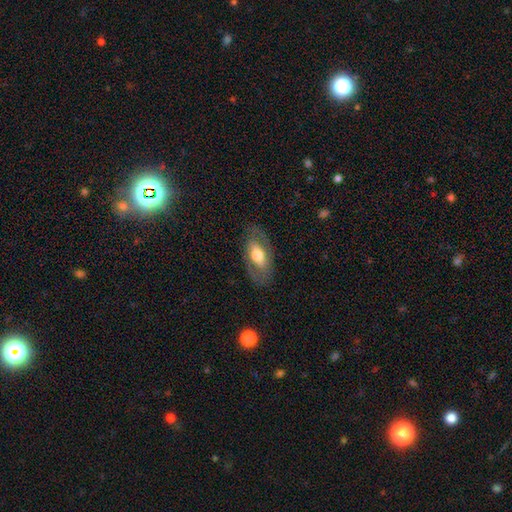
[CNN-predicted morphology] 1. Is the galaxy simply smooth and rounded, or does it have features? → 51% featured or disk, 42% smooth, 6% star or artifact.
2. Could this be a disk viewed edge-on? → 83% no, 17% yes.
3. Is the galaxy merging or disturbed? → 77% none, 15% minor disturbance, 7% major disturbance, 1% merger.